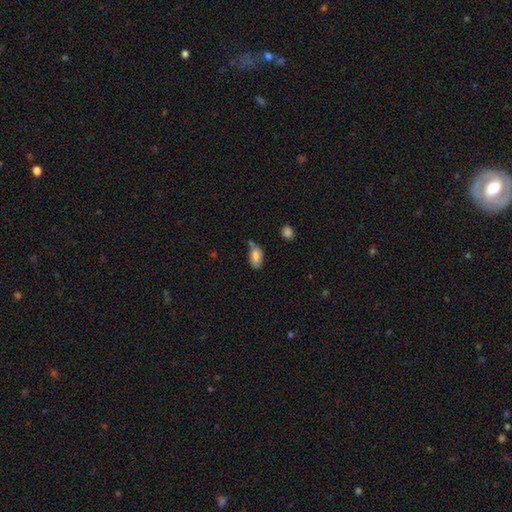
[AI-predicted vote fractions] Q: Smooth or featured?
A: smooth (82%); runner-up: featured or disk (10%)
Q: How rounded?
A: in between (92%); runner-up: cigar-shaped (5%)
Q: Merging?
A: none (55%); runner-up: minor disturbance (28%)